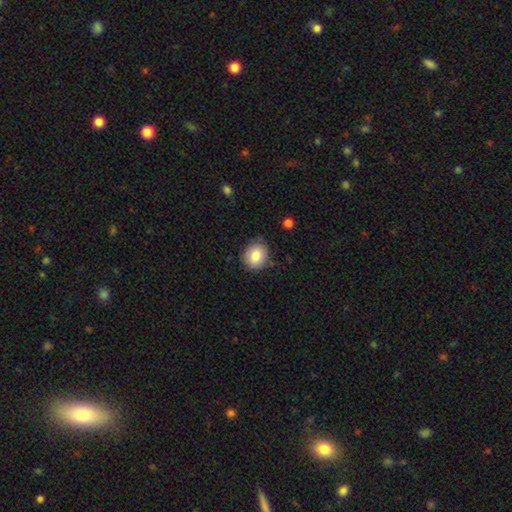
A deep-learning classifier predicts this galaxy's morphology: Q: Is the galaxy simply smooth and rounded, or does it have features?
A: smooth — 83%.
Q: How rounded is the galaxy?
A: round — 69%.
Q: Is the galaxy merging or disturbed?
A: none — 80%.